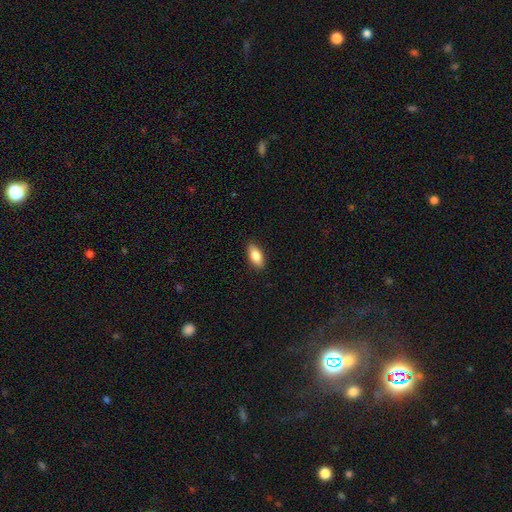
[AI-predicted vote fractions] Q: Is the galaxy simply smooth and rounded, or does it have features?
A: smooth — 84%.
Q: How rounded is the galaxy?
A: in between — 86%.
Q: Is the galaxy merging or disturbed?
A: none — 89%.